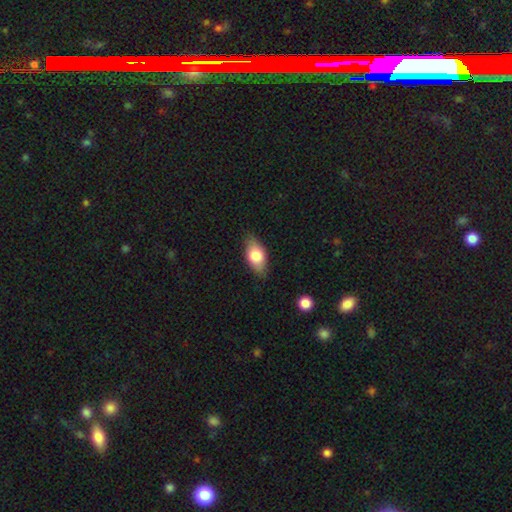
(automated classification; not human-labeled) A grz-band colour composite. It shows a smooth galaxy with no disk features (71%) that is in between round and cigar-shaped (87%). Merging: none (80%).